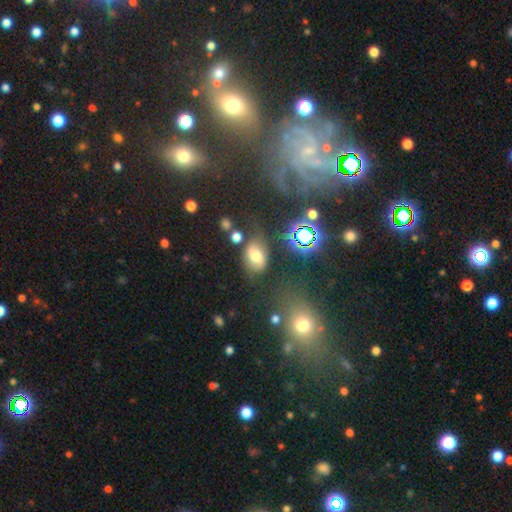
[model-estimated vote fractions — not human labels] This appears to be a smooth galaxy with no disk features (62%) that is in between round and cigar-shaped (79%). Merging: none (58%).